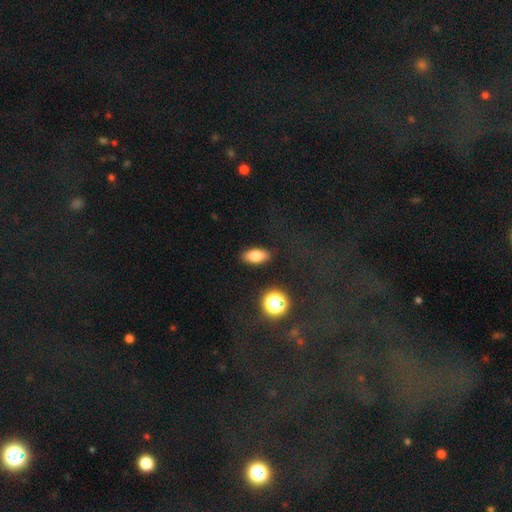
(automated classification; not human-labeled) This is likely a smooth galaxy (79%). How rounded: clearly in between (87%). Merging: clearly none (87%).